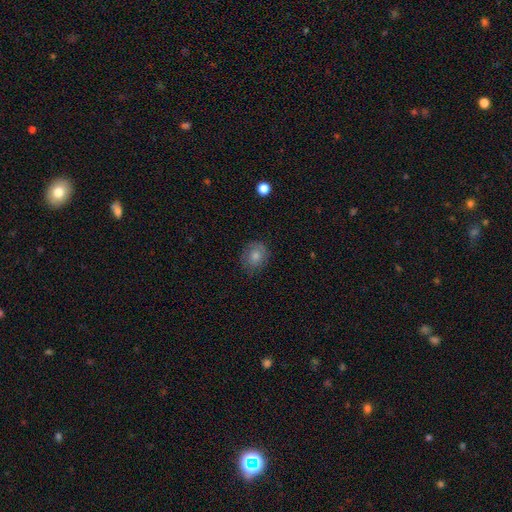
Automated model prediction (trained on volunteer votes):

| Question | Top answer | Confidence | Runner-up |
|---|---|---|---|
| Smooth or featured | smooth | 77% | featured or disk (14%) |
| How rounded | round | 64% | in between (35%) |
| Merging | none | 78% | minor disturbance (16%) |